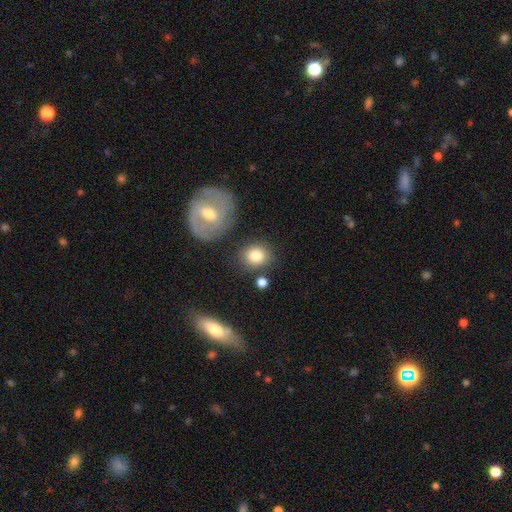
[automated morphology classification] The model was most divided on "how rounded": round: 73%, in between: 26%, cigar-shaped: 1%. More confident: smooth or featured — smooth (82%); merging — none (75%).